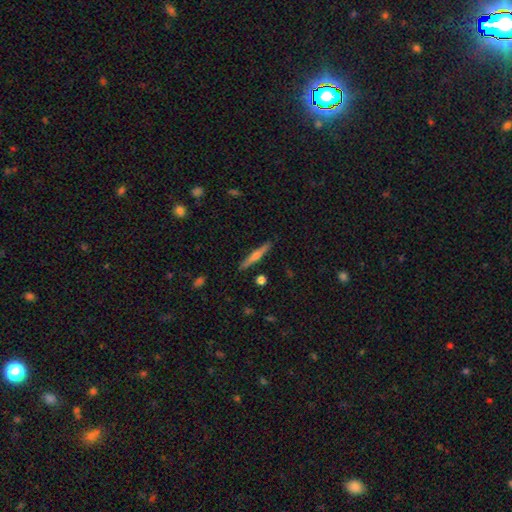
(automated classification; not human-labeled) smooth_or_featured: featured or disk (p=0.57) [alt: smooth p=0.36]
disk_edge_on: yes (p=0.97) [alt: no p=0.03]
edge_on_bulge: rounded (p=0.82) [alt: none p=0.11]
merging: none (p=0.90) [alt: minor disturbance p=0.07]